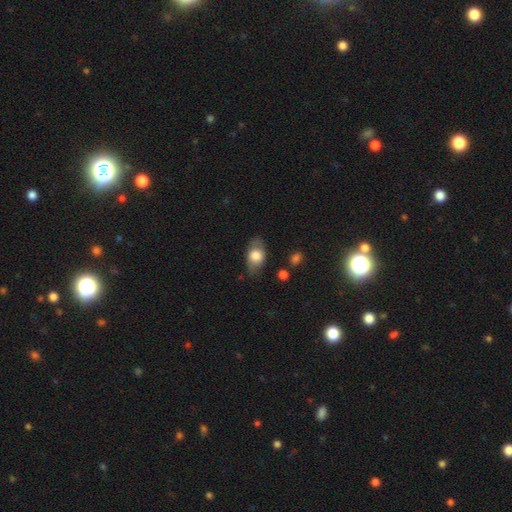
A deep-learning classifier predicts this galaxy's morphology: Smooth or featured?
  - smooth: 67% *
  - featured or disk: 26%
  - star or artifact: 7%
How rounded?
  - in between: 85% *
  - round: 12%
  - cigar-shaped: 3%
Merging?
  - none: 73% *
  - minor disturbance: 19%
  - major disturbance: 5%
  - merger: 2%